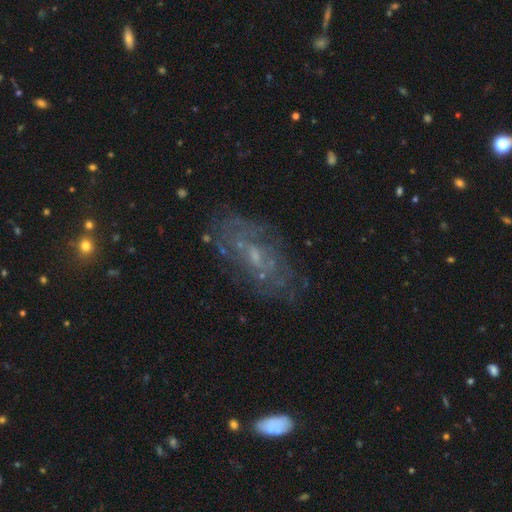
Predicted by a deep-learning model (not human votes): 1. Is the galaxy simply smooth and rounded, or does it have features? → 67% featured or disk, 21% smooth, 12% star or artifact.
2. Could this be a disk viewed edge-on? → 92% no, 8% yes.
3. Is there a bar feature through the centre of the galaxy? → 60% no, 33% weak, 7% strong.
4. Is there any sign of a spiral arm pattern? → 53% yes, 47% no.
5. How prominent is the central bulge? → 56% small, 26% moderate, 15% none, 2% large, 1% dominant.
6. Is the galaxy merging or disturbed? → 67% none, 18% minor disturbance, 12% major disturbance, 4% merger.